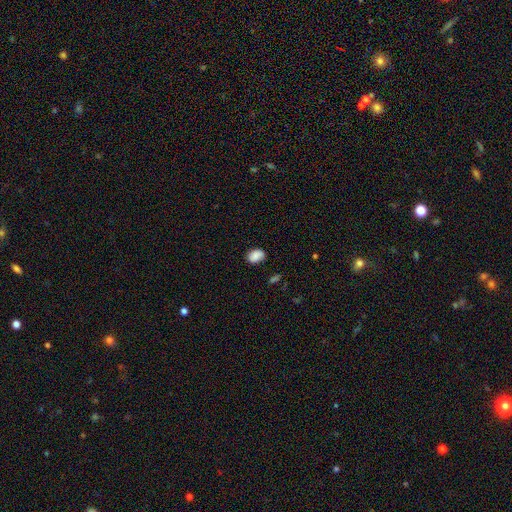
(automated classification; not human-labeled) This appears to be a smooth galaxy with no disk features (77%) that is in between round and cigar-shaped (71%). Merging: none (74%).